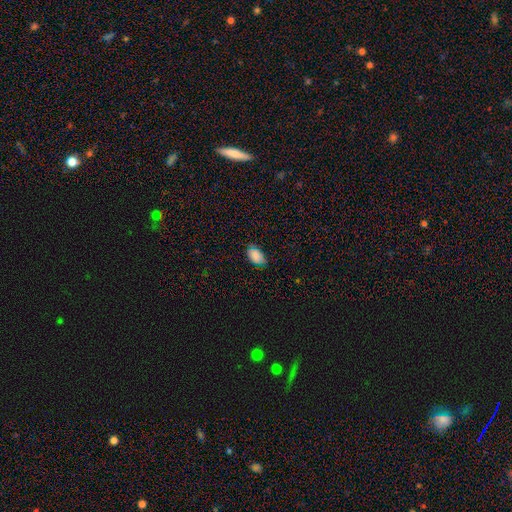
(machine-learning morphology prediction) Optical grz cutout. It shows a smooth galaxy with no disk features (81%) that is in between round and cigar-shaped (91%). Merging: none (75%).